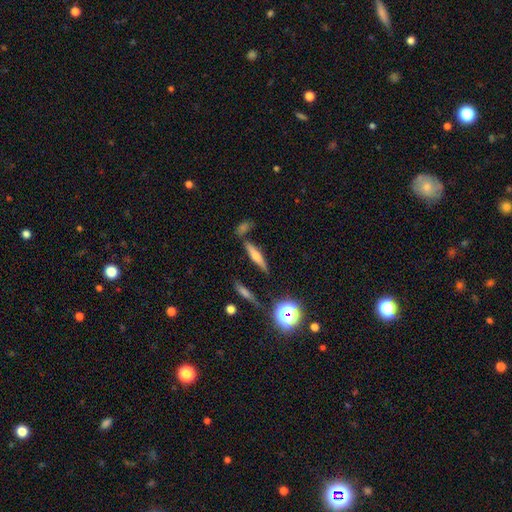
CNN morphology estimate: Smooth or featured?
  - featured or disk: 47% *
  - smooth: 41%
  - star or artifact: 12%
Merging?
  - none: 78% *
  - minor disturbance: 11%
  - merger: 7%
  - major disturbance: 3%